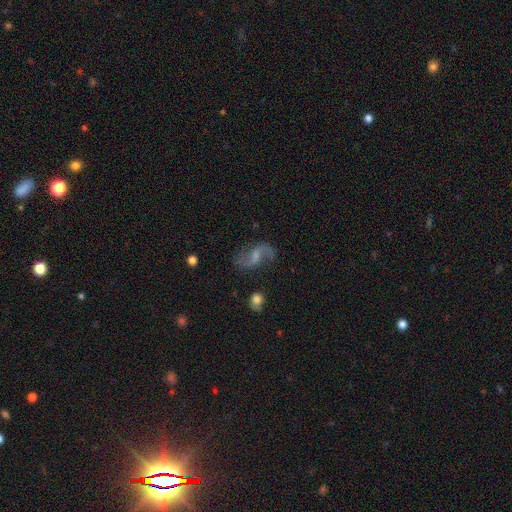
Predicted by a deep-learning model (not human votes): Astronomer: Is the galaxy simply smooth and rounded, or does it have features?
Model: featured or disk — 82%.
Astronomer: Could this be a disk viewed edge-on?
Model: no — 97%.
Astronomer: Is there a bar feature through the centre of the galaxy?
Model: weak — 52% (runner-up: no, 33%).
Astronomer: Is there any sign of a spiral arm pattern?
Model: yes — 95%.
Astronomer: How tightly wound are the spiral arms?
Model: loose — 75%.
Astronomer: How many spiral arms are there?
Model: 2 — 92%.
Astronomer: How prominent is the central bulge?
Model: small — 45% (runner-up: moderate, 27%).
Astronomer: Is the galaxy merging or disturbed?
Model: none — 75%.